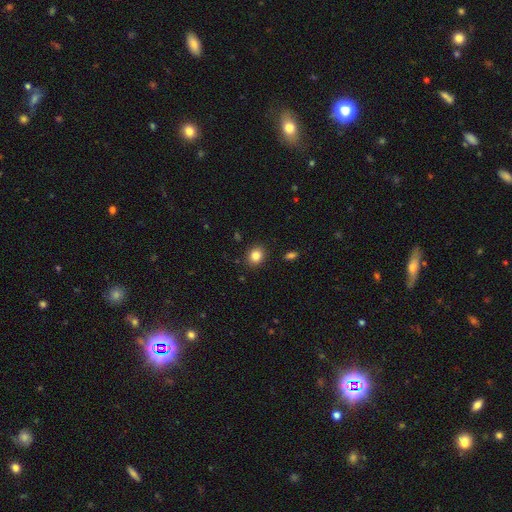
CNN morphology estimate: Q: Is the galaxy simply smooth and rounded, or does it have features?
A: smooth — 85%.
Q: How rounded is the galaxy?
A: round — 65%.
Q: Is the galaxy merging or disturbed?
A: none — 89%.